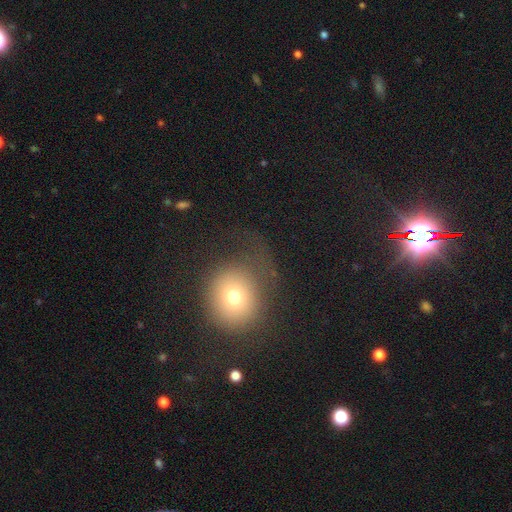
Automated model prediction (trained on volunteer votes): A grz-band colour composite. It shows a smooth galaxy with no disk features (48%). Merging: none (64%).